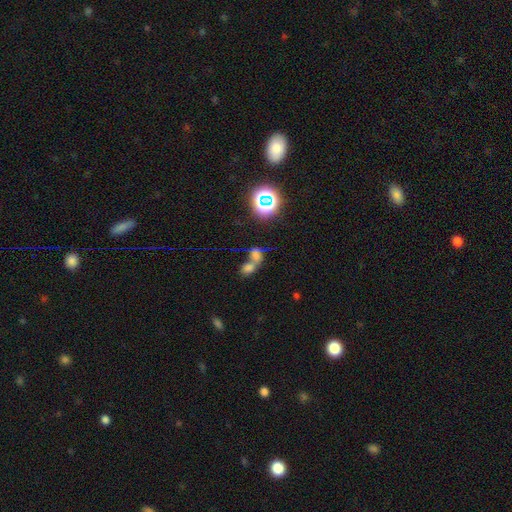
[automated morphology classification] type=smooth (56%); roundness=in between (65%); merging=merger (74%).